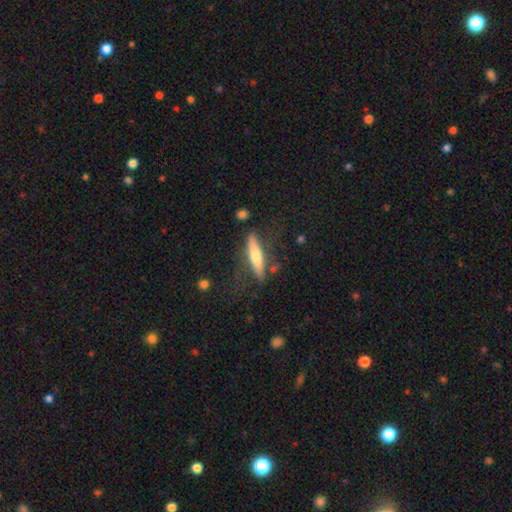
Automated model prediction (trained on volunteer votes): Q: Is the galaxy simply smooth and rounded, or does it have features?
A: featured or disk — 50%.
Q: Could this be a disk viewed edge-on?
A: yes — 90%.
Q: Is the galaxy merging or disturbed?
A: none — 70%.